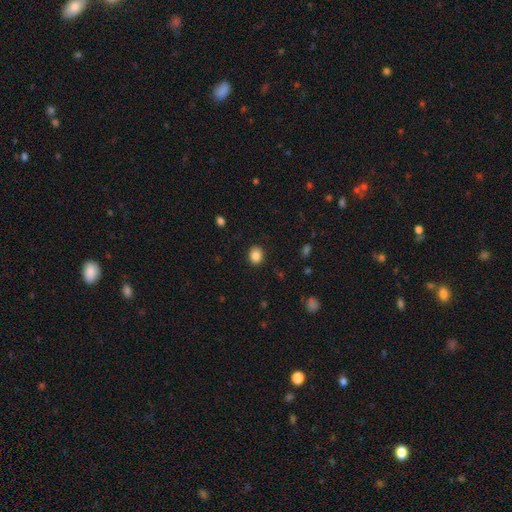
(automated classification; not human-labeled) Smooth or featured? smooth (86%)
How rounded? round (59%)
Merging? none (89%)